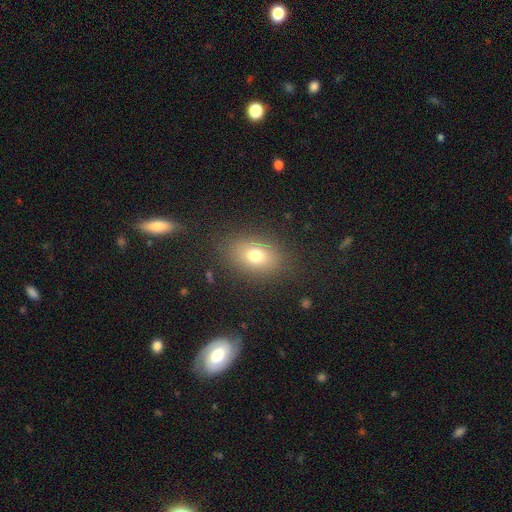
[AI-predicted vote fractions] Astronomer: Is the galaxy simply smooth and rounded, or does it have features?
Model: smooth — 75%.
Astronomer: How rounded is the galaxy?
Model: in between — 76%.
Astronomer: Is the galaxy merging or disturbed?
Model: none — 83%.